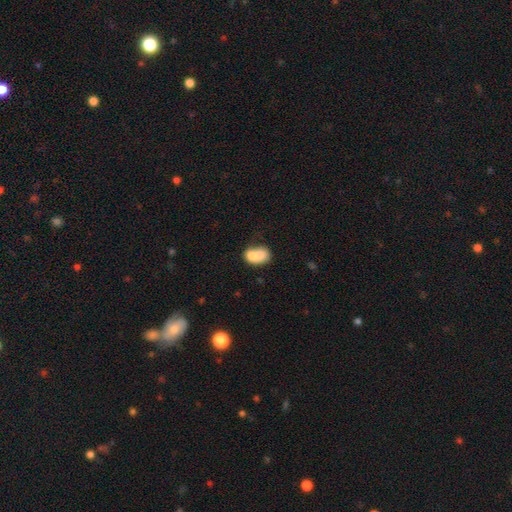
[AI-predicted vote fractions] Morphology: type=smooth (72%); roundness=in between (71%); merging=merger (64%).